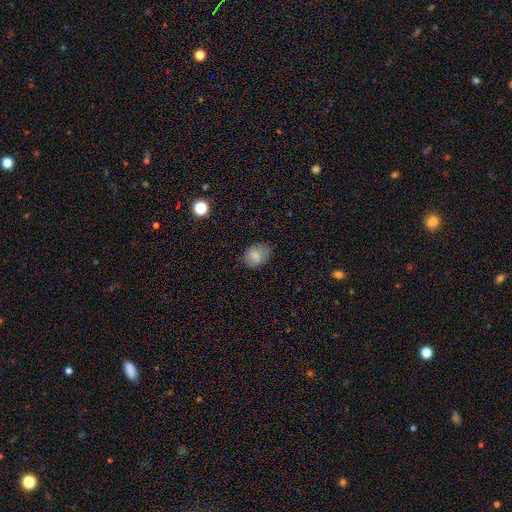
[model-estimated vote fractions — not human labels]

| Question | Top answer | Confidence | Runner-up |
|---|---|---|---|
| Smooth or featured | smooth | 81% | featured or disk (10%) |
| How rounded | in between | 67% | round (32%) |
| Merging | none | 69% | minor disturbance (24%) |